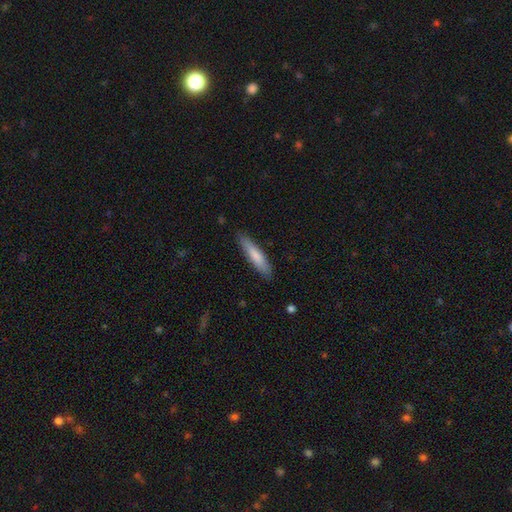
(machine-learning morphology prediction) Overall: smooth (77%). How rounded: cigar-shaped (83%). Merging: none (87%).